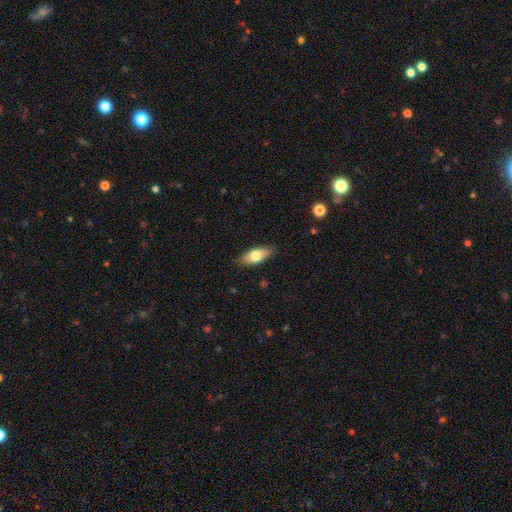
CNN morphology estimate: A smooth galaxy with no disk features (71%) that is in between round and cigar-shaped (79%). Merging: none (86%).